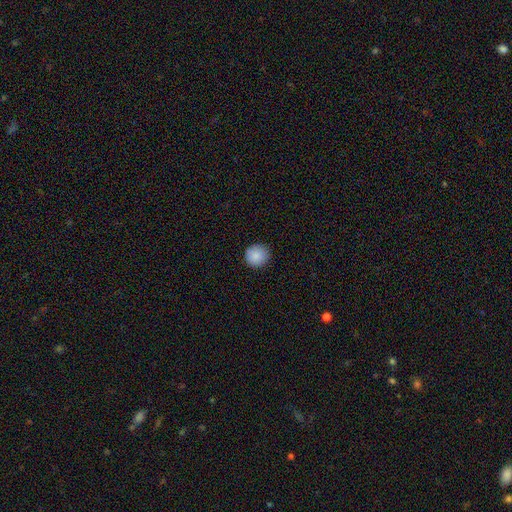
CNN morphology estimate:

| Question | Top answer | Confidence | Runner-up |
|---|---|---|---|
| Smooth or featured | smooth | 87% | star or artifact (8%) |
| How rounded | round | 94% | in between (6%) |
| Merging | none | 90% | minor disturbance (7%) |